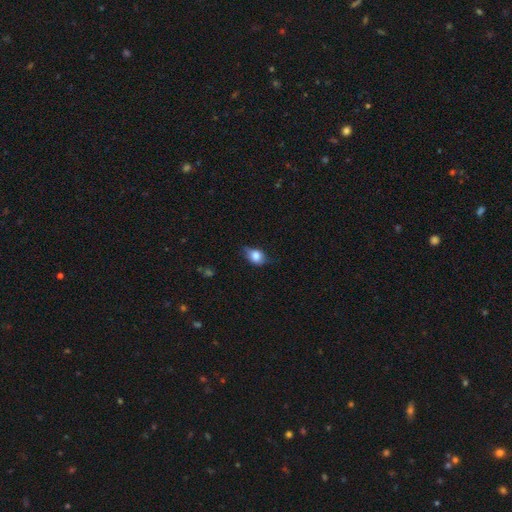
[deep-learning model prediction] smooth_or_featured: smooth (p=0.77) [alt: featured or disk p=0.15]
how_rounded: in between (p=0.69) [alt: round p=0.29]
merging: none (p=0.58) [alt: minor disturbance p=0.32]